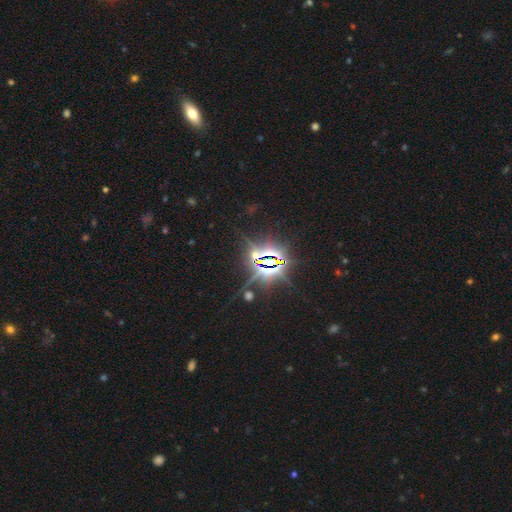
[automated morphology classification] type=star or artifact (83%).